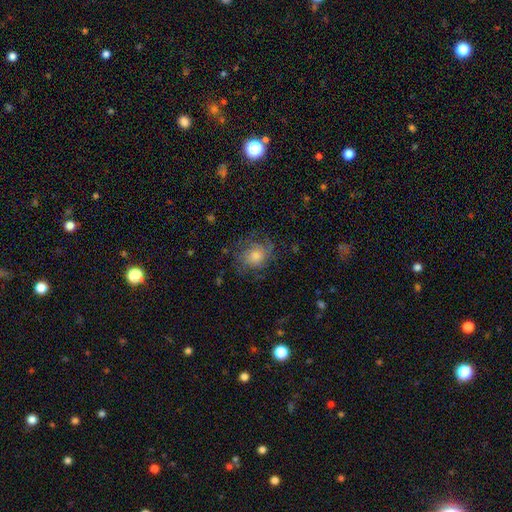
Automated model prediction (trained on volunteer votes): Smooth or featured? Predicted: smooth (p=0.44). Merging? Predicted: none (p=0.67).